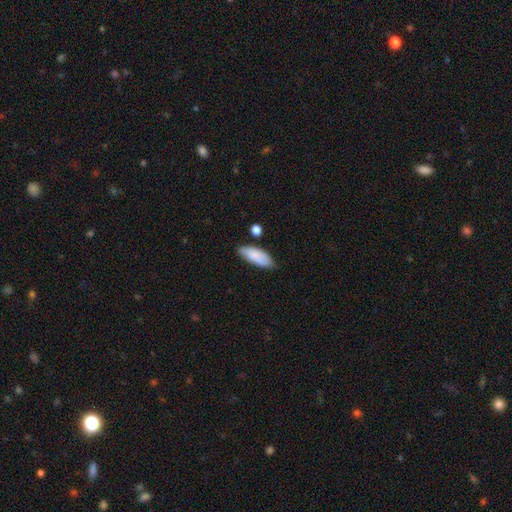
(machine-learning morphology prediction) Overall: smooth (82%). How rounded: in between (79%). Merging: none (72%).